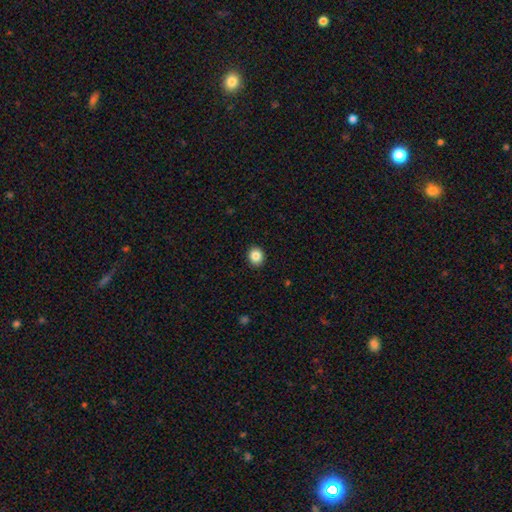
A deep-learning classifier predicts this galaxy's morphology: Smooth or featured? smooth (86%)
How rounded? round (75%)
Merging? none (92%)